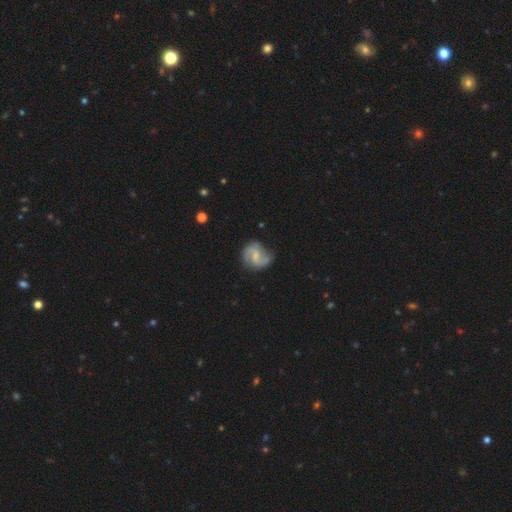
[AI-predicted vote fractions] Smooth or featured?
  - featured or disk: 79% *
  - smooth: 15%
  - star or artifact: 6%
Edge-on disk?
  - no: 98% *
  - yes: 2%
Bar?
  - weak: 54% *
  - no: 34%
  - strong: 12%
Spiral arms?
  - yes: 95% *
  - no: 5%
Spiral winding?
  - medium: 50% *
  - loose: 32%
  - tight: 18%
Spiral arm count?
  - 2: 87% *
  - can't tell: 6%
  - 3: 3%
  - 1: 3%
  - 4: 1%
  - more than 4: 1%
Bulge size?
  - small: 55% *
  - moderate: 30%
  - none: 13%
  - large: 2%
  - dominant: 1%
Merging?
  - none: 69% *
  - minor disturbance: 22%
  - major disturbance: 8%
  - merger: 2%